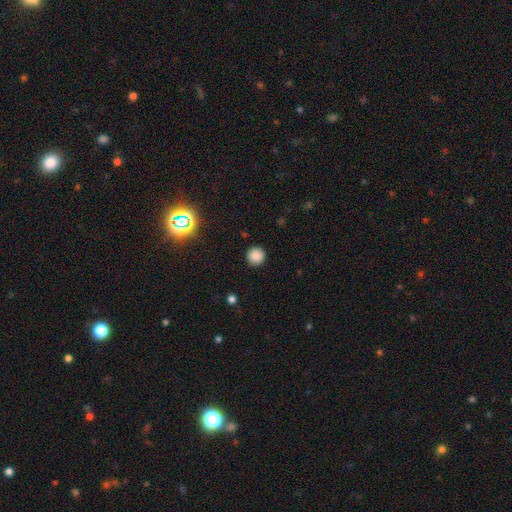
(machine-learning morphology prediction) smooth 85%, star or artifact 11%, featured or disk 3%. Down the decision tree: how rounded — round (95%); merging — none (92%).